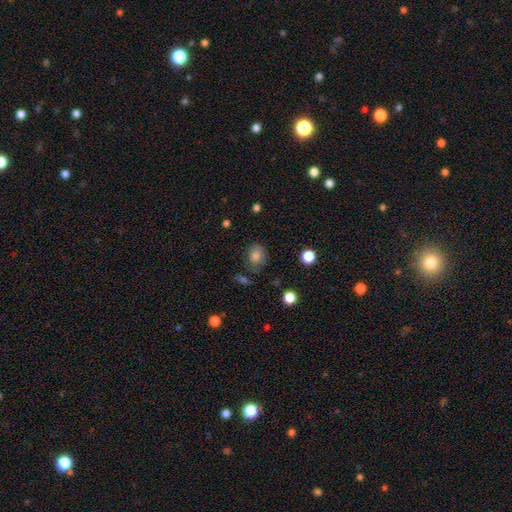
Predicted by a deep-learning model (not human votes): The model was most divided on "how rounded": round: 51%, in between: 48%, cigar-shaped: 1%. More confident: smooth or featured — smooth (77%); merging — none (68%).